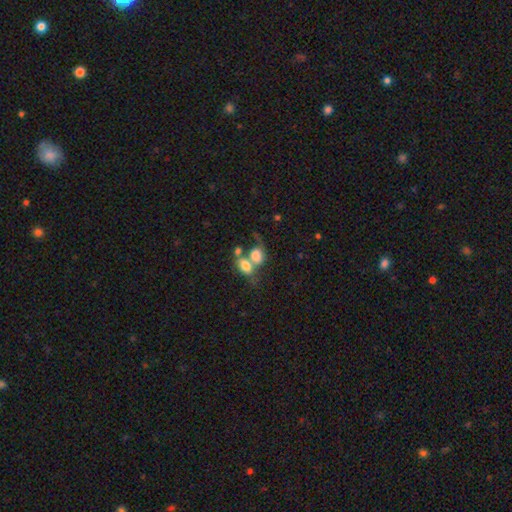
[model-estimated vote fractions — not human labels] Smooth or featured: smooth — 72% (featured or disk — 18%)
How rounded: in between — 66% (round — 32%)
Merging: merger — 63% (none — 19%)